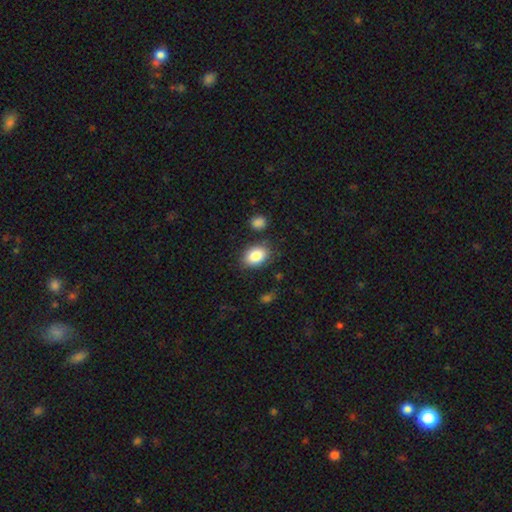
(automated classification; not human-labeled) Overall: smooth (87%). How rounded: in between (83%). Merging: none (78%).